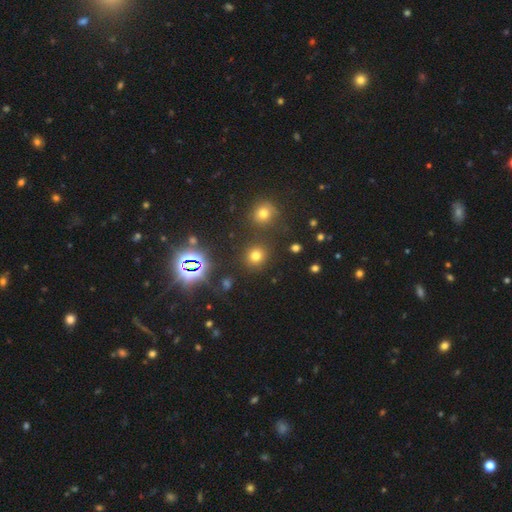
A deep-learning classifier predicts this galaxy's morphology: Q: Smooth or featured?
A: smooth (67%); runner-up: star or artifact (26%)
Q: How rounded?
A: round (87%); runner-up: in between (12%)
Q: Merging?
A: none (86%); runner-up: minor disturbance (7%)